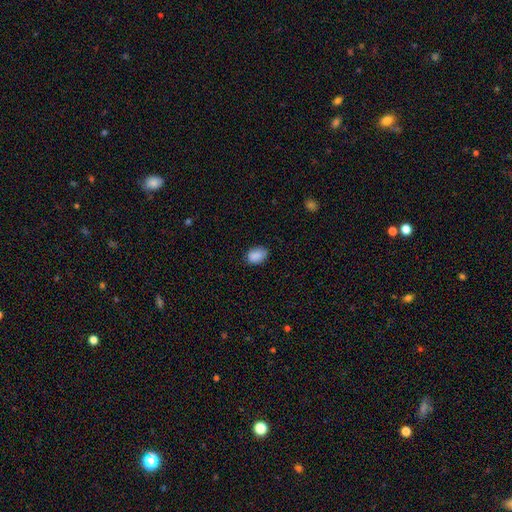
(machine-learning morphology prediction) Smooth or featured? Predicted: smooth (p=0.88). How rounded? Predicted: in between (p=0.81). Merging? Predicted: none (p=0.73).